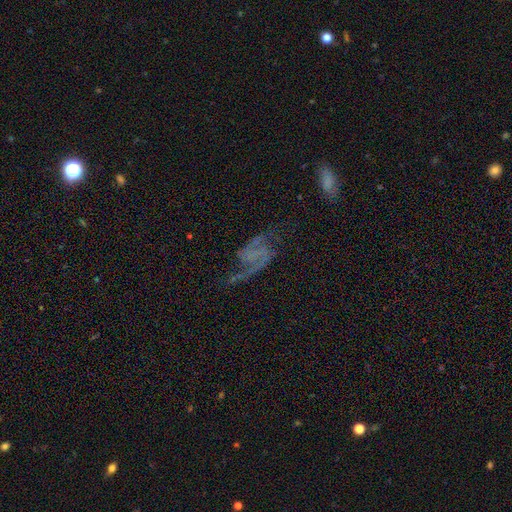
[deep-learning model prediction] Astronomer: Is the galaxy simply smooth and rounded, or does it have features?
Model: featured or disk — 79%.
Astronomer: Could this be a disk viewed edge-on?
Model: no — 97%.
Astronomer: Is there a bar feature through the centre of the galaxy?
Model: no — 56%.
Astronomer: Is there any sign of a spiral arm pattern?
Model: yes — 91%.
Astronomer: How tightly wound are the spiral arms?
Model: loose — 60%.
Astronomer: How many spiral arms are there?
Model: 2 — 81%.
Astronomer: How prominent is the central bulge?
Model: none — 75%.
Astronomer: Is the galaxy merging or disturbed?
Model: none — 50% (runner-up: major disturbance, 27%).